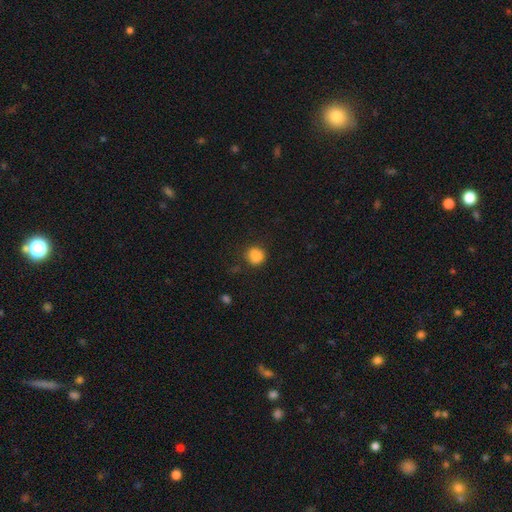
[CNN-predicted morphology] Overall: smooth (85%). How rounded: round (78%). Merging: none (73%).